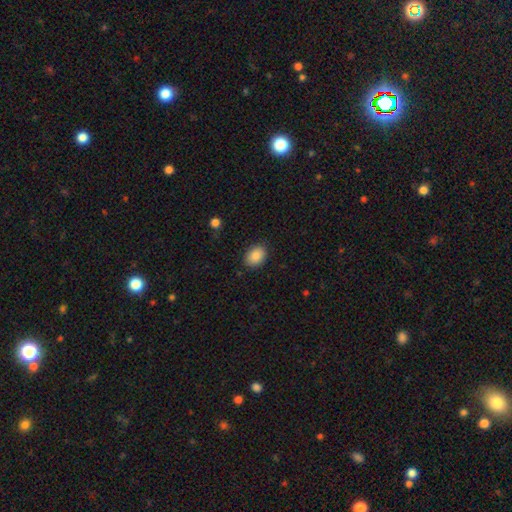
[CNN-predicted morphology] smooth-or-featured: smooth: 88% | star or artifact: 8% | featured or disk: 5%
  how-rounded: in between: 72% | round: 27% | cigar-shaped: 1%
  merging: none: 87% | minor disturbance: 10% | major disturbance: 3% | merger: 1%